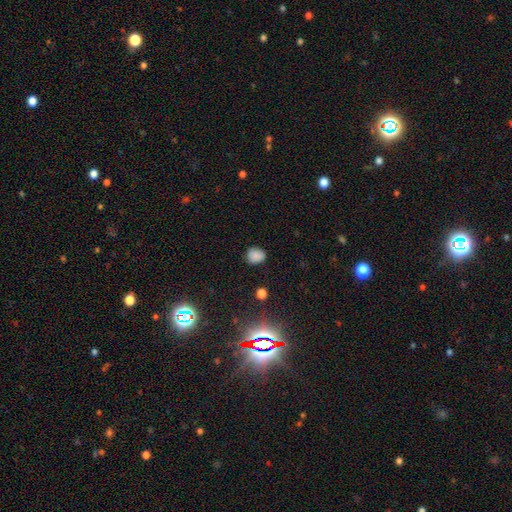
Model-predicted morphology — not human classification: Smooth or featured? Predicted: smooth (p=0.83). How rounded? Predicted: round (p=0.71). Merging? Predicted: none (p=0.81).